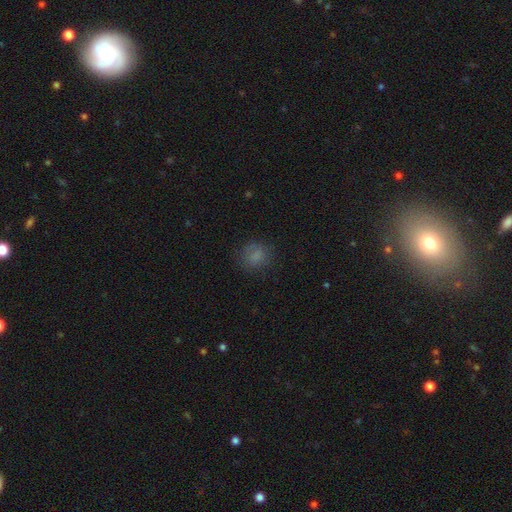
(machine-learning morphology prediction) A smooth galaxy with no disk features (78%) that is round (75%).

Vote fractions:
- Smooth or featured? smooth: 78% / star or artifact: 13% / featured or disk: 9%
- How rounded? round: 75% / in between: 24% / cigar-shaped: 1%
- Merging? none: 74% / minor disturbance: 17% / major disturbance: 8% / merger: 1%